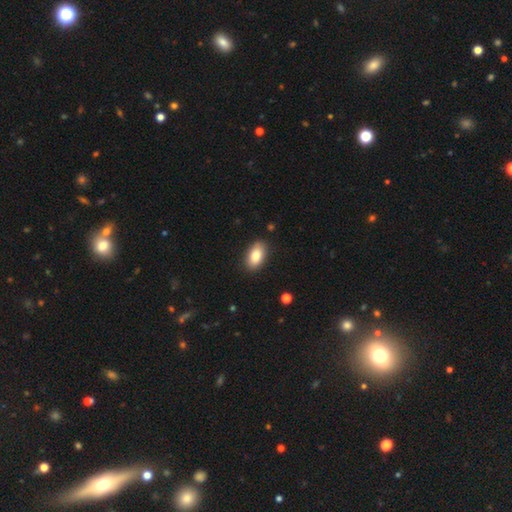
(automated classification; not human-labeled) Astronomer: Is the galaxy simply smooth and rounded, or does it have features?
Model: smooth — 85%.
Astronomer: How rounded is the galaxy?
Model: in between — 93%.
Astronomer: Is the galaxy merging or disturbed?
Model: none — 86%.